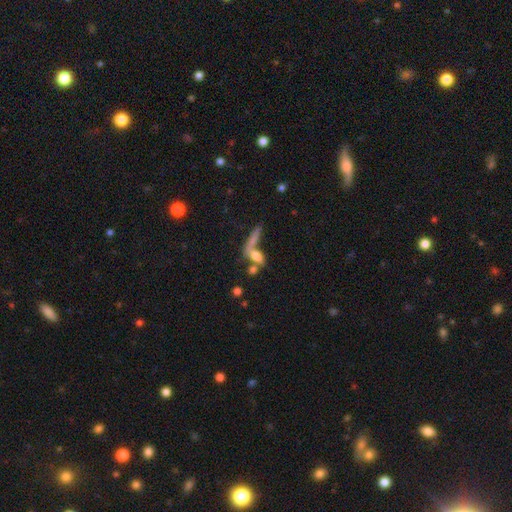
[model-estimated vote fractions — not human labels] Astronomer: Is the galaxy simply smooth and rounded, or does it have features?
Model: smooth — 60%.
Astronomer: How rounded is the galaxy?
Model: in between — 55% (runner-up: cigar-shaped, 33%).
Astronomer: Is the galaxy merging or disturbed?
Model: merger — 45% (runner-up: none, 27%).